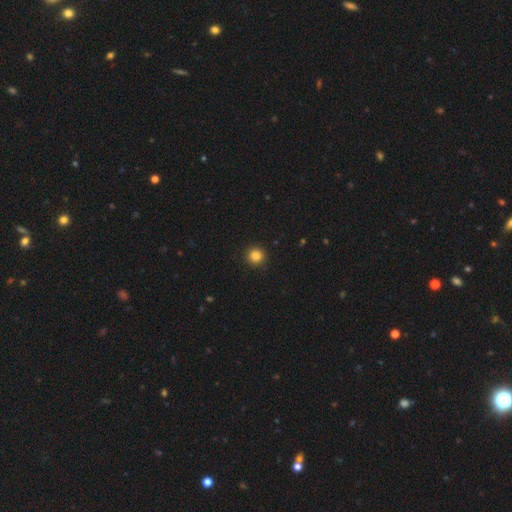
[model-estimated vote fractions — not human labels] Overall: smooth (85%). How rounded: round (95%). Merging: none (92%).